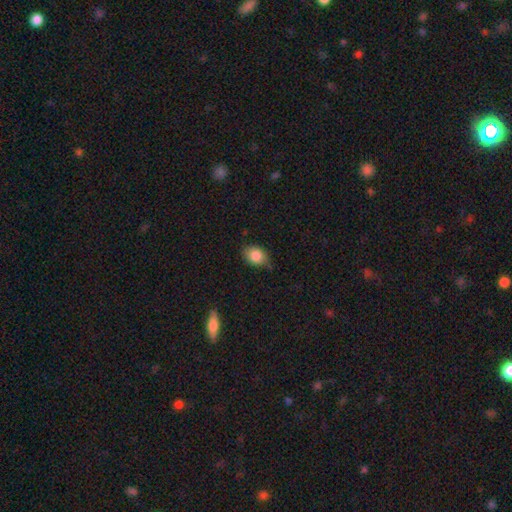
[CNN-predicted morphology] This is clearly a smooth galaxy (85%). How rounded: likely in between (70%). Merging: likely none (66%).